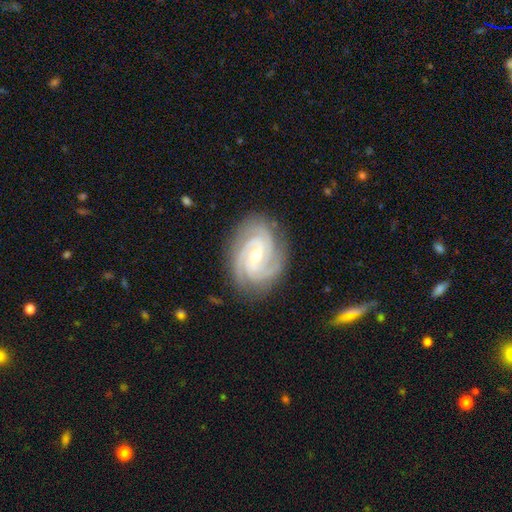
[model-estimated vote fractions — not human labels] Morphology: type=featured or disk (91%); edge-on=no (97%); bar=weak (43%); spiral arms=yes (99%); winding=tight (71%); arm count=3 (50%); bulge=small (49%); merging=none (82%).